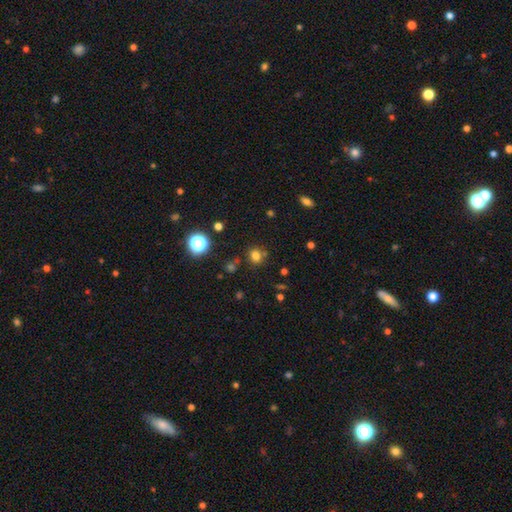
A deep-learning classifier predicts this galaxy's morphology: The model was most divided on "smooth or featured": smooth: 73%, star or artifact: 21%, featured or disk: 6%. More confident: how rounded — round (80%); merging — none (76%).